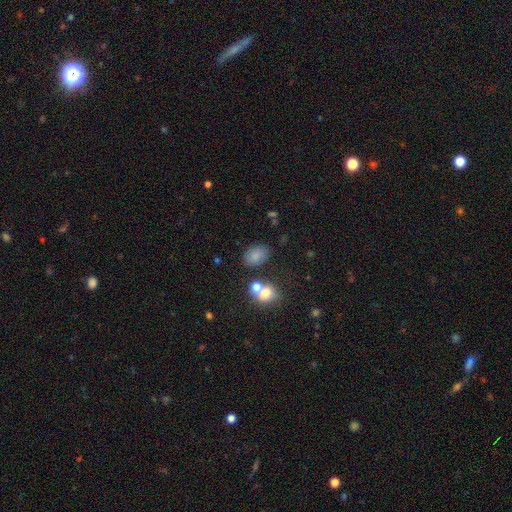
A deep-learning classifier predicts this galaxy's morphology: Overall: smooth (78%). How rounded: in between (73%). Merging: none (73%).